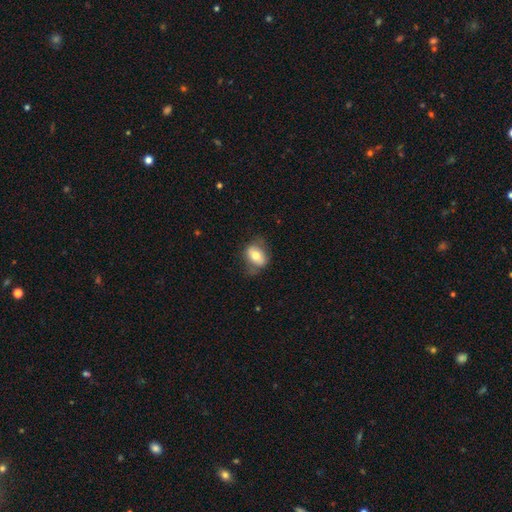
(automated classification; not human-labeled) smooth 65%, featured or disk 27%, star or artifact 7%. Down the decision tree: how rounded — in between (77%); merging — none (61%).